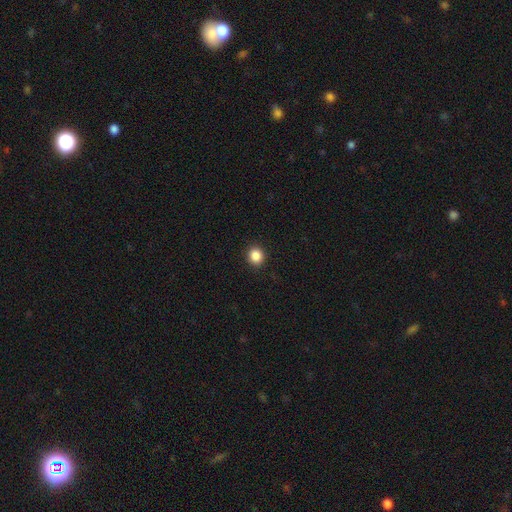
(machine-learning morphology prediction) smooth 87%, star or artifact 10%, featured or disk 3%. Down the decision tree: how rounded — round (85%); merging — none (92%).